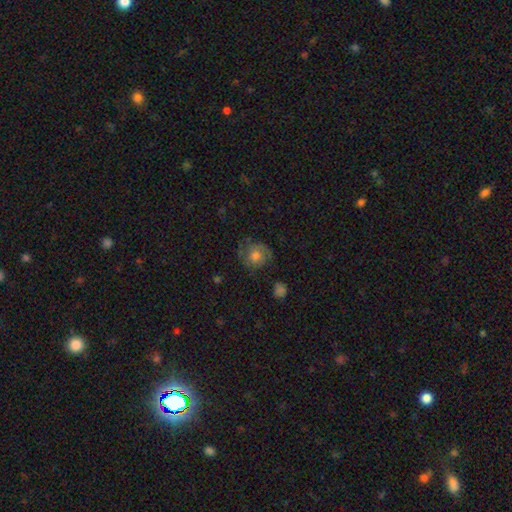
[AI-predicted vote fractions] This is possibly a smooth galaxy (51%). How rounded: clearly round (82%). Merging: likely none (66%).